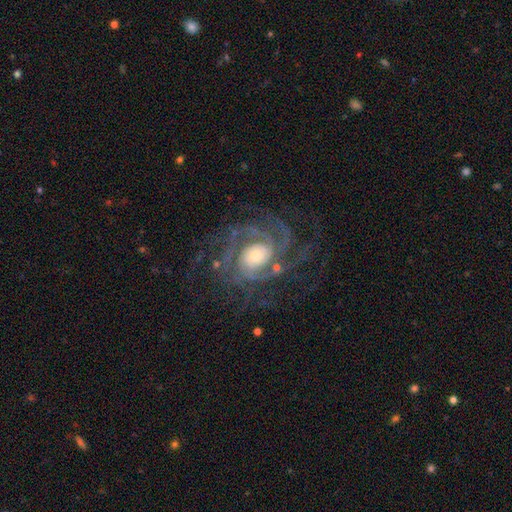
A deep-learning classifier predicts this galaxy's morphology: type=featured or disk (90%); edge-on=no (97%); bar=no (72%); spiral arms=yes (98%); winding=tight (59%); arm count=4 (23%, tied with 3); bulge=small (44%); merging=none (67%).